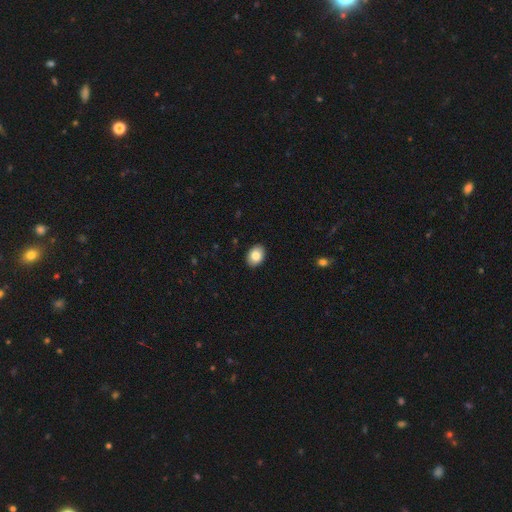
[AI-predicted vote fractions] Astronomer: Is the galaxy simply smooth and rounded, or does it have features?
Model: smooth — 84%.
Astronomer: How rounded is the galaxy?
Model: in between — 76%.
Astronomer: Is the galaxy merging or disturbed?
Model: none — 90%.